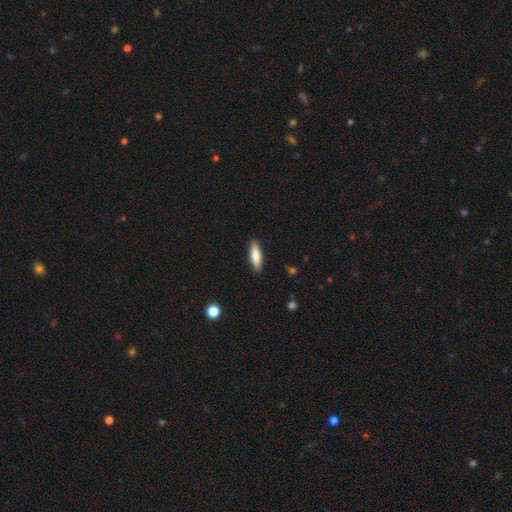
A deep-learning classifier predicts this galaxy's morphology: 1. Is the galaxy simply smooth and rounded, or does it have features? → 79% smooth, 15% featured or disk, 6% star or artifact.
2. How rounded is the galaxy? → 50% cigar-shaped, 48% in between, 2% round.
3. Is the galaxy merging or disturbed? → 90% none, 7% minor disturbance, 2% major disturbance, 1% merger.